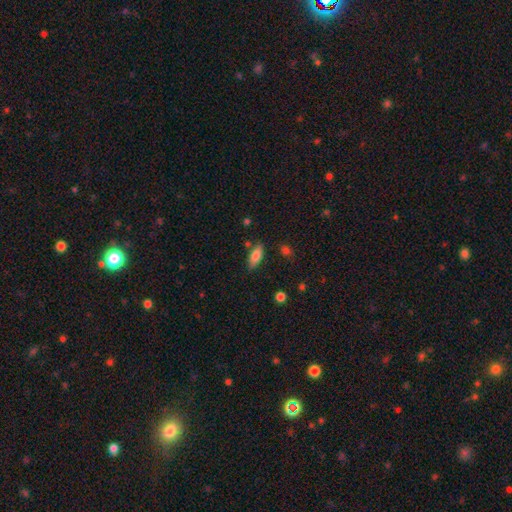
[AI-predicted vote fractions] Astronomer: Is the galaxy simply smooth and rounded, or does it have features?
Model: smooth — 75%.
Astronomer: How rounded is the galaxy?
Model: in between — 74%.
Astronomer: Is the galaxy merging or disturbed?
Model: none — 79%.